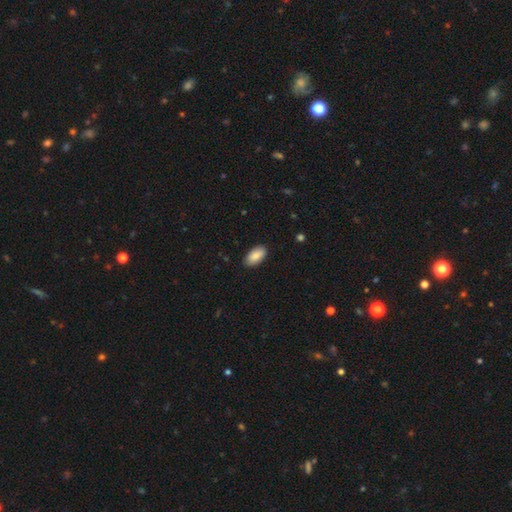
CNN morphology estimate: smooth 89%, star or artifact 6%, featured or disk 5%. Down the decision tree: how rounded — in between (95%); merging — none (88%).